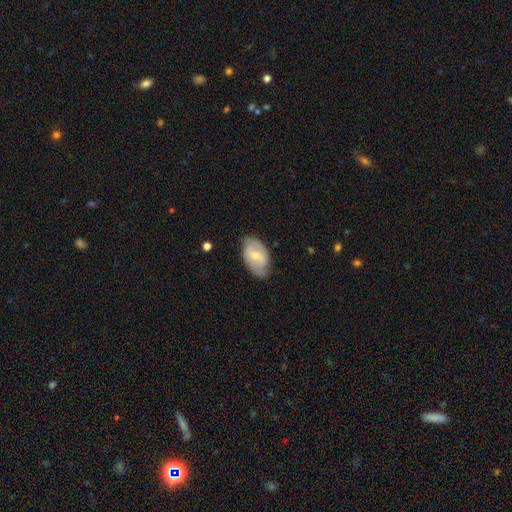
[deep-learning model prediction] A featured or disk galaxy (53%) with a weak bar (47%), spiral arms (66%) and a small central bulge (54%).

Vote fractions:
- Smooth or featured? featured or disk: 53% / smooth: 41% / star or artifact: 6%
- Edge-on disk? no: 94% / yes: 6%
- Bar? weak: 47% / no: 27% / strong: 26%
- Spiral arms? yes: 66% / no: 34%
- Bulge size? small: 54% / moderate: 41% / none: 2% / large: 2% / dominant: 1%
- Merging? none: 71% / minor disturbance: 22% / major disturbance: 6% / merger: 1%